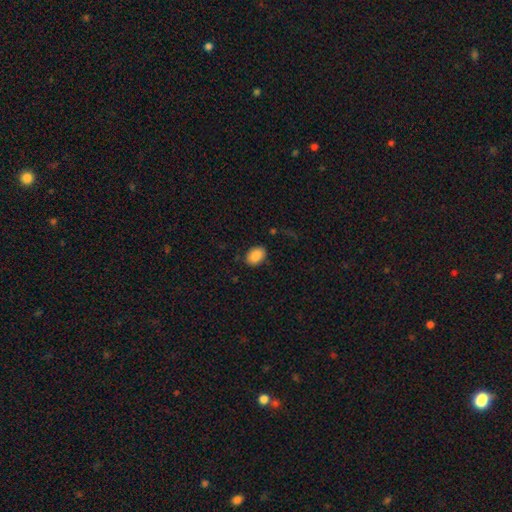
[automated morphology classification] smooth 88%, star or artifact 8%, featured or disk 5%. Down the decision tree: how rounded — in between (79%); merging — none (83%).